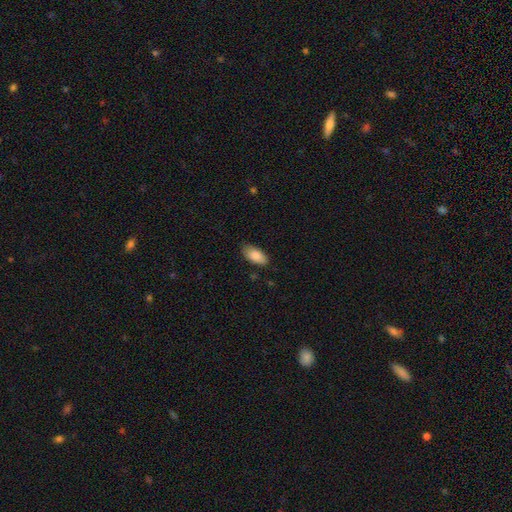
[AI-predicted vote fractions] A smooth galaxy with no disk features (86%) that is in between round and cigar-shaped (91%). Merging: none (75%).